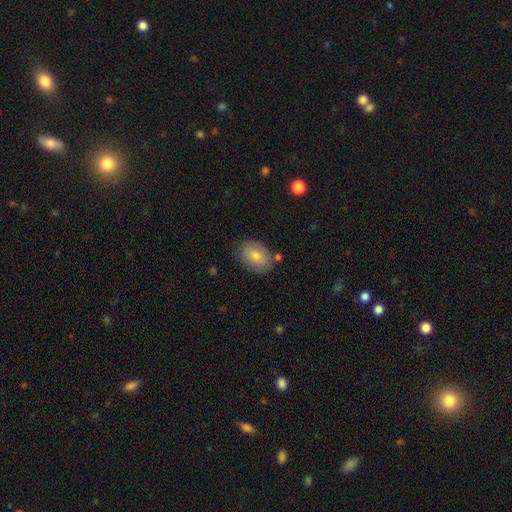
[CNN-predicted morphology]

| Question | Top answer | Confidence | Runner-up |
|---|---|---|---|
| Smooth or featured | smooth | 74% | featured or disk (18%) |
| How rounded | in between | 81% | round (18%) |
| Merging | none | 80% | minor disturbance (14%) |